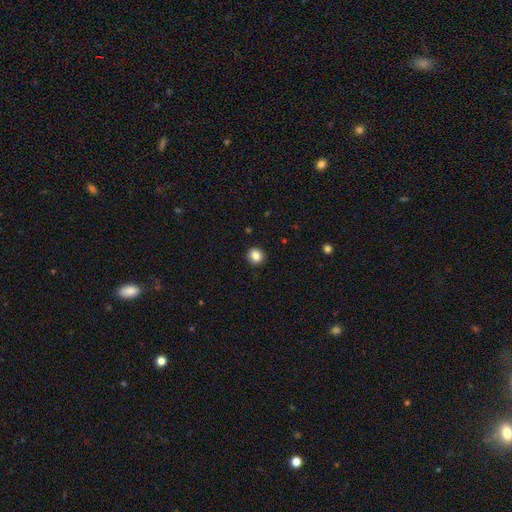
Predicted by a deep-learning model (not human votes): Morphology: type=smooth (85%); roundness=round (88%); merging=none (92%).